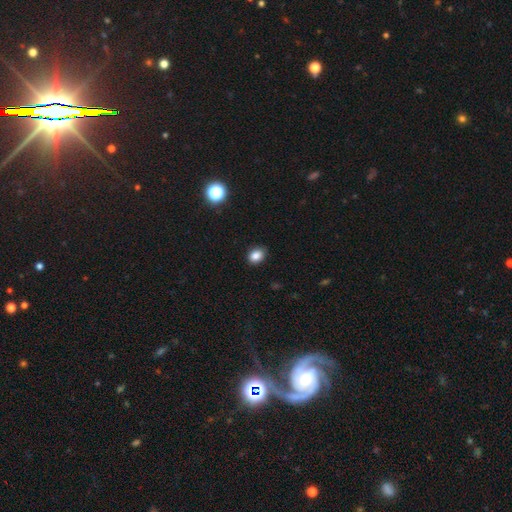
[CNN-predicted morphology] A smooth galaxy with no disk features (85%) that is in between round and cigar-shaped (58%). Merging: none (85%).